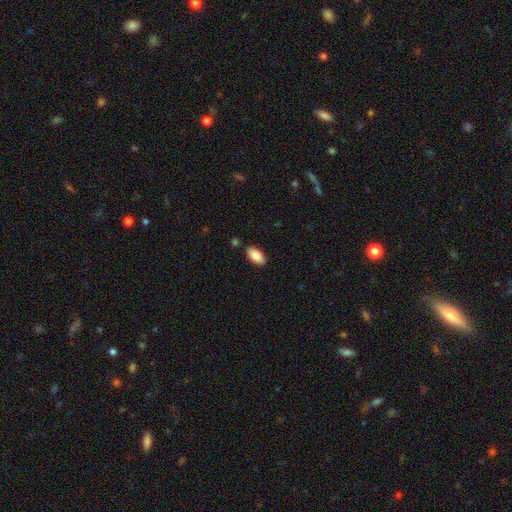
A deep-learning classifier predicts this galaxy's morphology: type=smooth (87%); roundness=in between (92%); merging=none (86%).